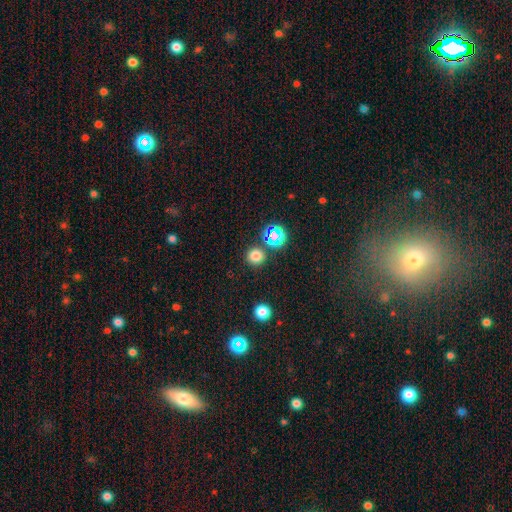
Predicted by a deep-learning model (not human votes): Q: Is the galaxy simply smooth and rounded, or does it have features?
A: smooth — 73%.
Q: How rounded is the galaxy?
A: round — 91%.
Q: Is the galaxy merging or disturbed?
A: none — 84%.